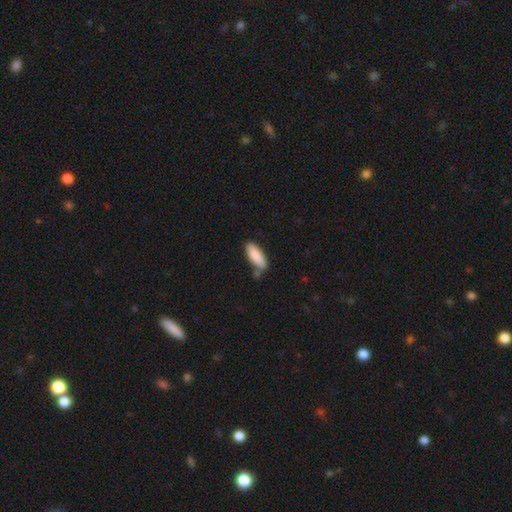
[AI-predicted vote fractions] Overall: smooth (87%). How rounded: in between (59%; cigar-shaped 40%). Merging: none (71%).